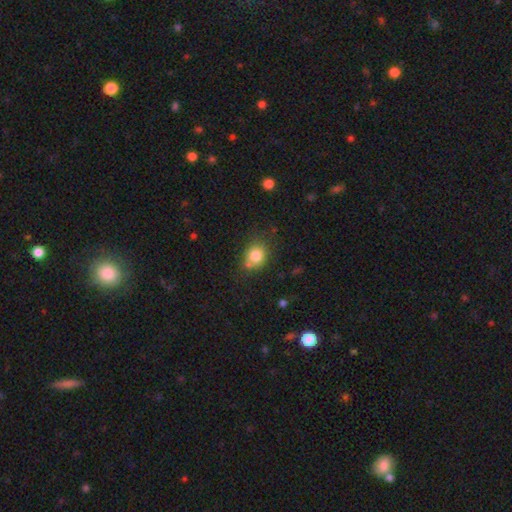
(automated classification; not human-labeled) smooth 80%, star or artifact 11%, featured or disk 9%. Down the decision tree: how rounded — round (62%); merging — none (63%).